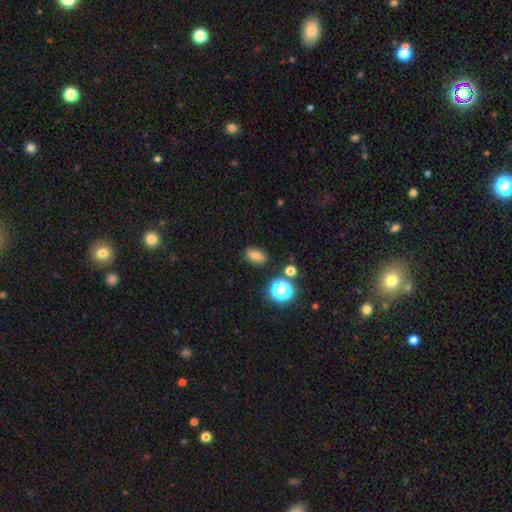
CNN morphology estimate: Smooth or featured? Predicted: smooth (p=0.75). How rounded? Predicted: in between (p=0.78). Merging? Predicted: none (p=0.84).